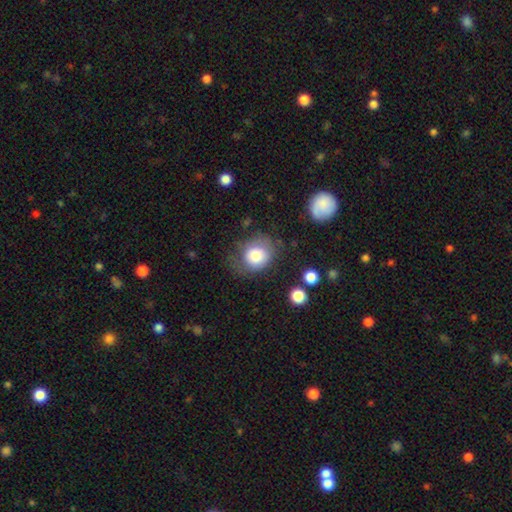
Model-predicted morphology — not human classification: The model was most divided on "merging": none: 57%, minor disturbance: 24%, major disturbance: 16%, merger: 3%. More confident: smooth or featured — smooth (77%); how rounded — round (73%).